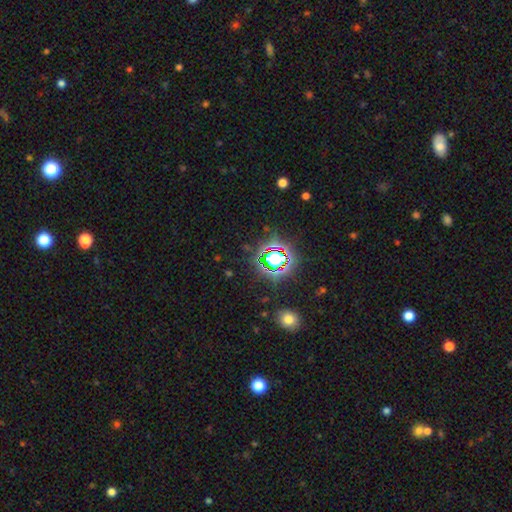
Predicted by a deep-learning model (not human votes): Morphology: type=star or artifact (78%).